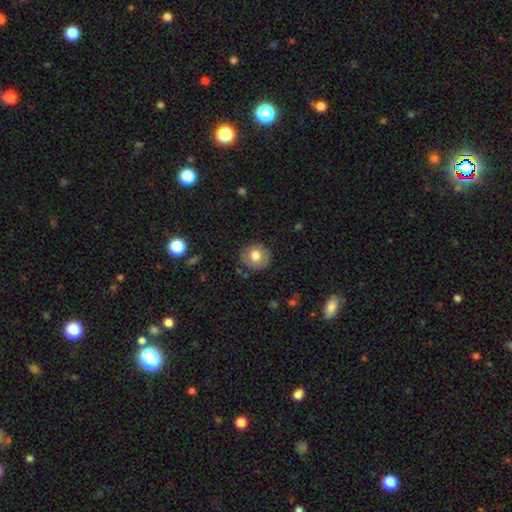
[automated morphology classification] smooth 74%, featured or disk 17%, star or artifact 9%. Down the decision tree: how rounded — round (86%); merging — none (83%).